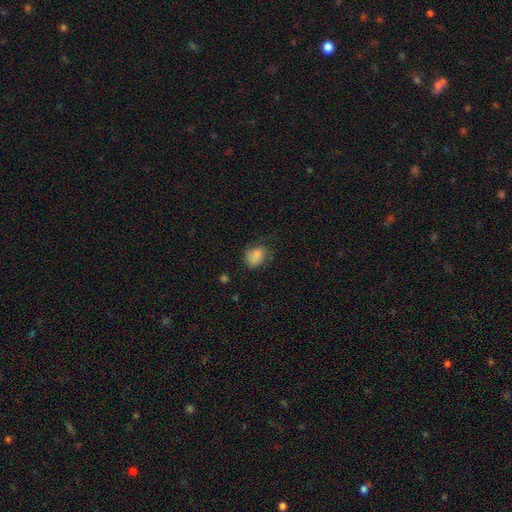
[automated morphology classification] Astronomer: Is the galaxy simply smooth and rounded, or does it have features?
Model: smooth — 80%.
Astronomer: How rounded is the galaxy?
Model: in between — 57% (runner-up: round, 42%).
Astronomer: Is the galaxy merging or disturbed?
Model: none — 58%.